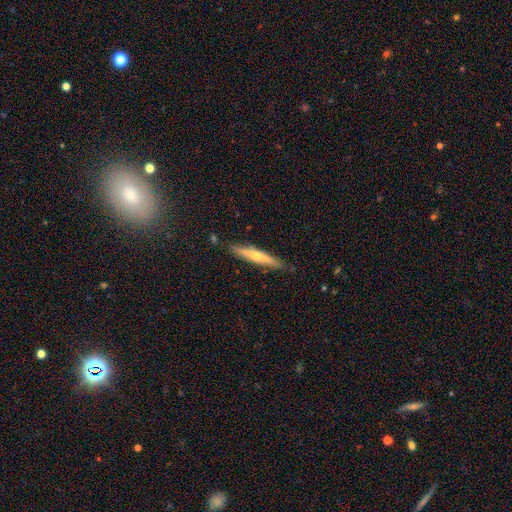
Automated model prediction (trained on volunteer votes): The model was most divided on "smooth or featured": featured or disk: 56%, smooth: 38%, star or artifact: 7%. More confident: edge-on disk — yes (91%); merging — none (85%); edge-on bulge — rounded (82%).